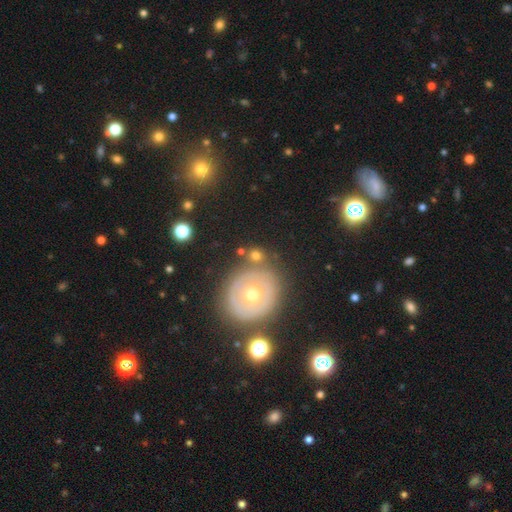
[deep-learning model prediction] Smooth or featured? Predicted: smooth (p=0.54). How rounded? Predicted: round (p=0.81). Merging? Predicted: none (p=0.74).